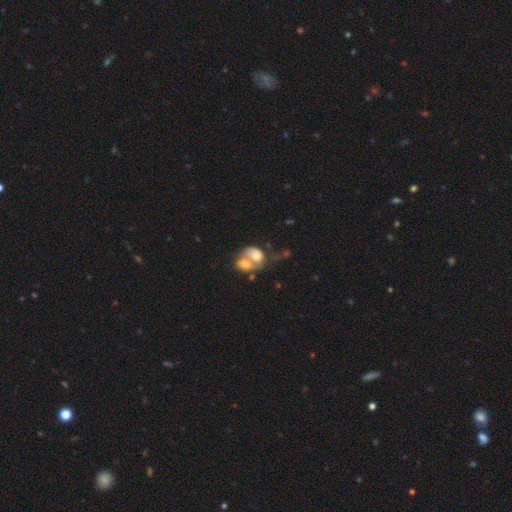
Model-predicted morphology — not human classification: Smooth or featured? Predicted: smooth (p=0.56). How rounded? Predicted: in between (p=0.55). Merging? Predicted: merger (p=0.78).